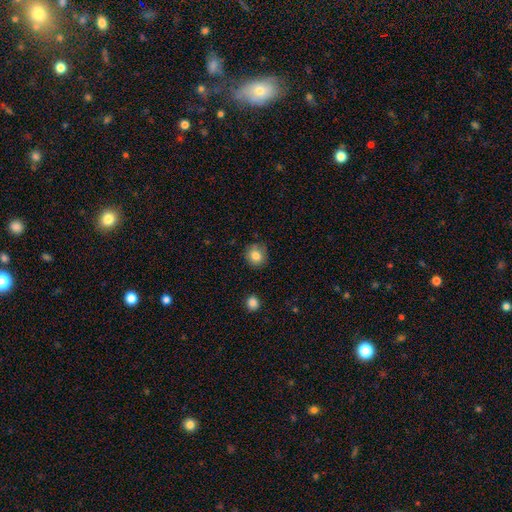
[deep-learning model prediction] The model was most divided on "merging": none: 81%, minor disturbance: 14%, major disturbance: 3%, merger: 2%. More confident: how rounded — round (87%); smooth or featured — smooth (83%).